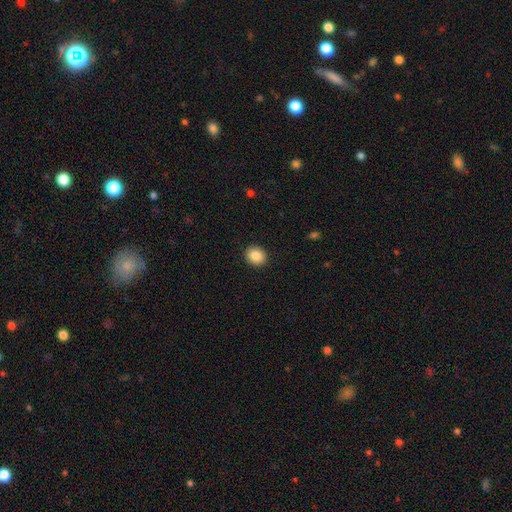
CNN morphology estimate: Overall: smooth (87%). How rounded: round (67%; in between 32%). Merging: none (91%).